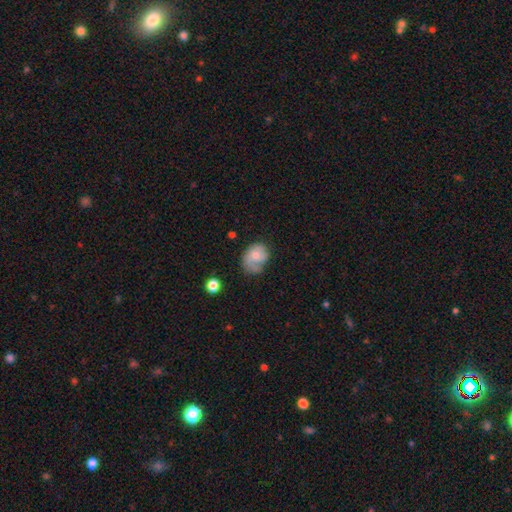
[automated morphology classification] A smooth galaxy with no disk features (62%) that is in between round and cigar-shaped (57%). Merging: none (36%, tied with minor disturbance).